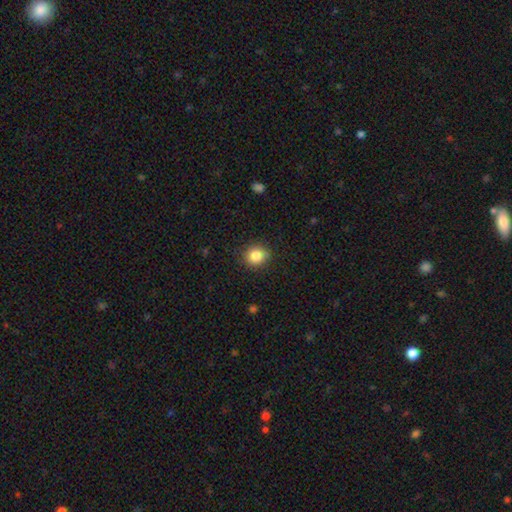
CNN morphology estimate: Smooth or featured?
  - smooth: 84% *
  - star or artifact: 10%
  - featured or disk: 6%
How rounded?
  - round: 76% *
  - in between: 23%
  - cigar-shaped: 1%
Merging?
  - none: 85% *
  - minor disturbance: 11%
  - major disturbance: 3%
  - merger: 1%